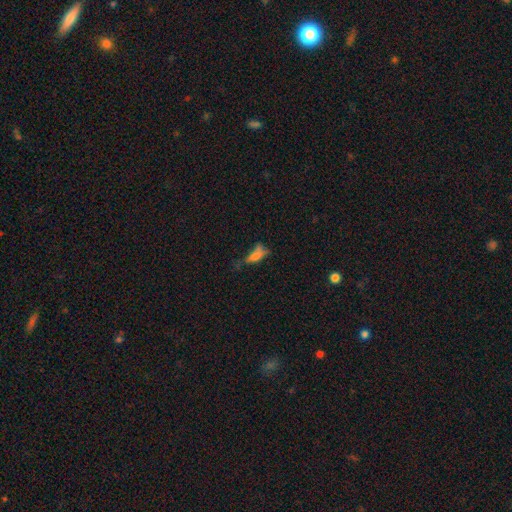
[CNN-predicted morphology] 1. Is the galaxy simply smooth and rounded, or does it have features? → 63% smooth, 23% featured or disk, 14% star or artifact.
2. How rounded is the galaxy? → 59% in between, 38% cigar-shaped, 4% round.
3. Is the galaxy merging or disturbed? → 32% none, 31% major disturbance, 27% minor disturbance, 11% merger.